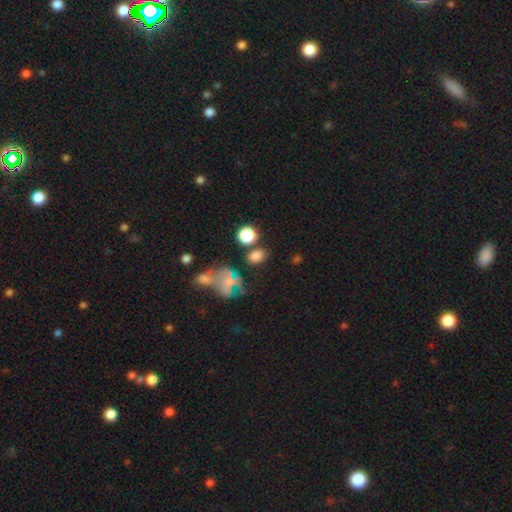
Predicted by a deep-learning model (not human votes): smooth 77%, star or artifact 14%, featured or disk 8%. Down the decision tree: how rounded — in between (49%, tied with round); merging — none (65%).